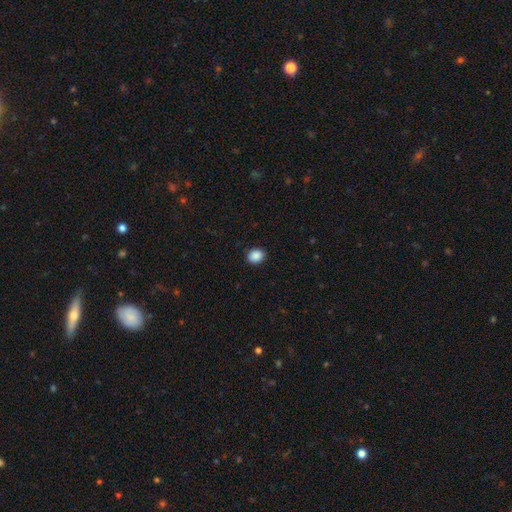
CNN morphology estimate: type=smooth (89%); roundness=round (61%); merging=none (90%).